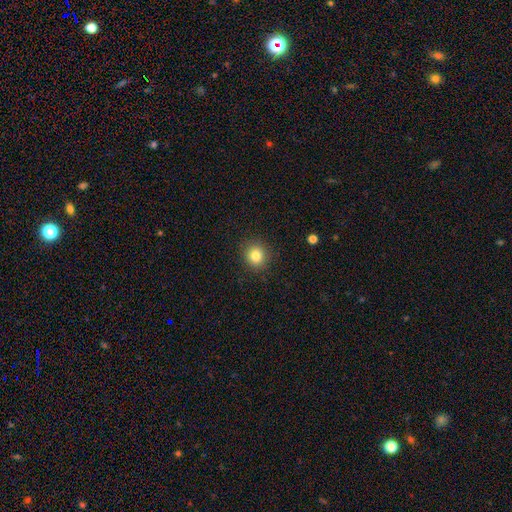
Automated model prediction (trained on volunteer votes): A smooth galaxy with no disk features (83%) that is round (87%).

Vote fractions:
- Smooth or featured? smooth: 83% / star or artifact: 11% / featured or disk: 6%
- How rounded? round: 87% / in between: 12% / cigar-shaped: 1%
- Merging? none: 90% / minor disturbance: 7% / major disturbance: 2% / merger: 1%